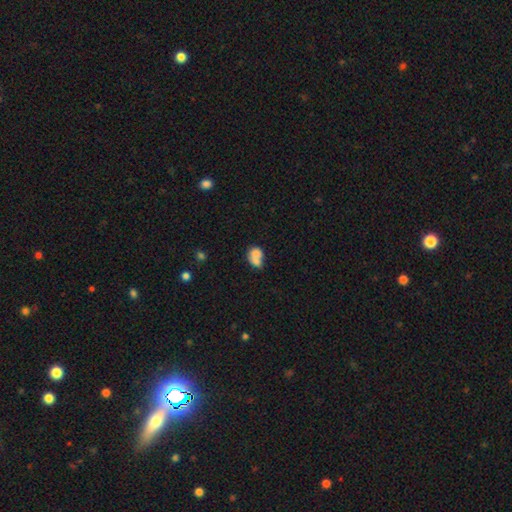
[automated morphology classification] smooth 71%, featured or disk 20%, star or artifact 9%. Down the decision tree: how rounded — in between (50%); merging — merger (67%).